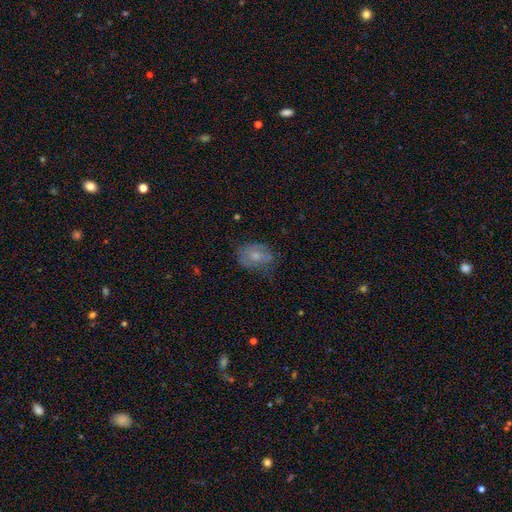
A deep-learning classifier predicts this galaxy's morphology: A smooth galaxy with no disk features (63%) that is in between round and cigar-shaped (68%). Merging: none (55%).